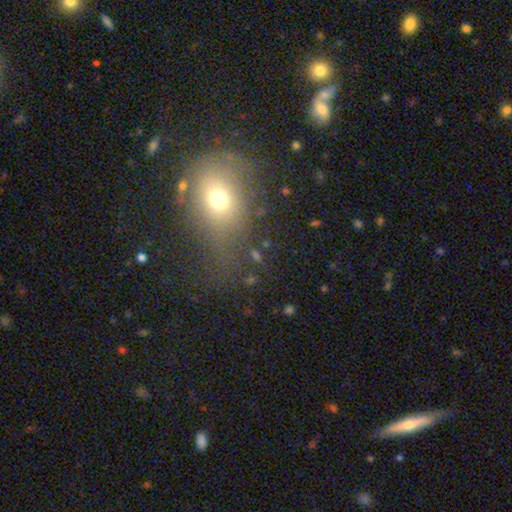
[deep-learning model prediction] A smooth galaxy with no disk features (56%) that is round (49%). Merging: none (63%).